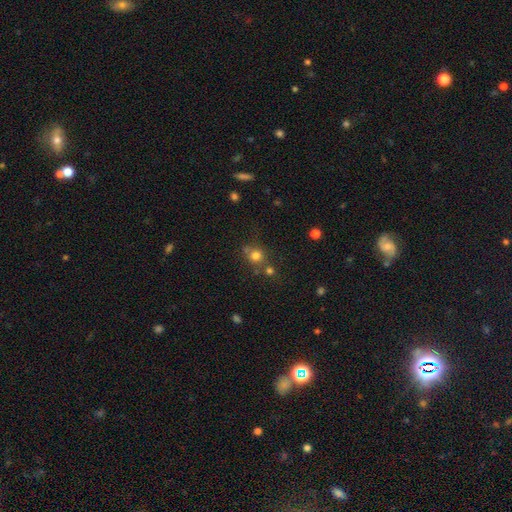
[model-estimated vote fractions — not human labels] This appears to be a smooth galaxy with no disk features (74%) that is round (86%). Merging: none (62%).